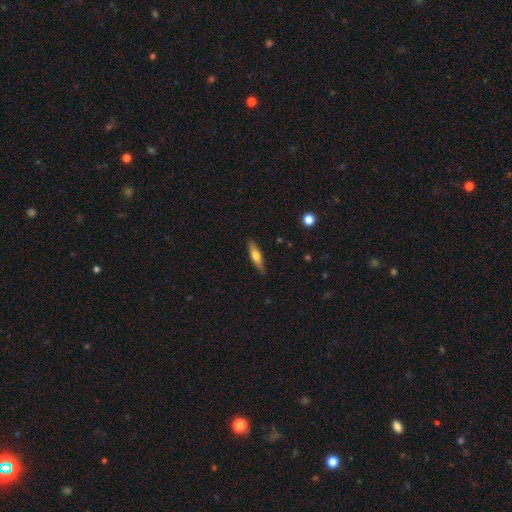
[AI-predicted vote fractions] Smooth or featured?
  - smooth: 56% *
  - featured or disk: 37%
  - star or artifact: 6%
How rounded?
  - cigar-shaped: 70% *
  - in between: 27%
  - round: 2%
Merging?
  - none: 85% *
  - minor disturbance: 11%
  - major disturbance: 2%
  - merger: 1%